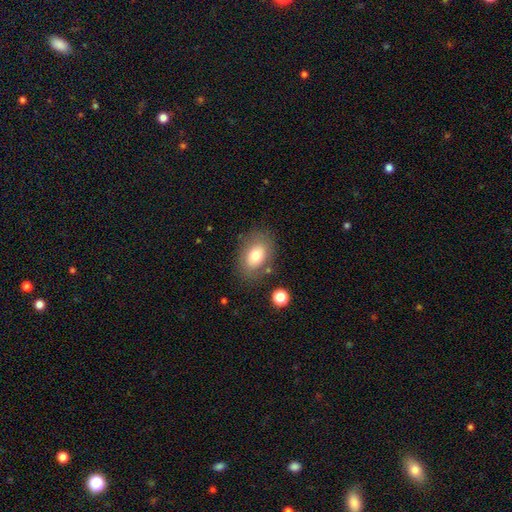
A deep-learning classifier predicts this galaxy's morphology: Overall: smooth (72%). How rounded: in between (79%). Merging: none (76%).